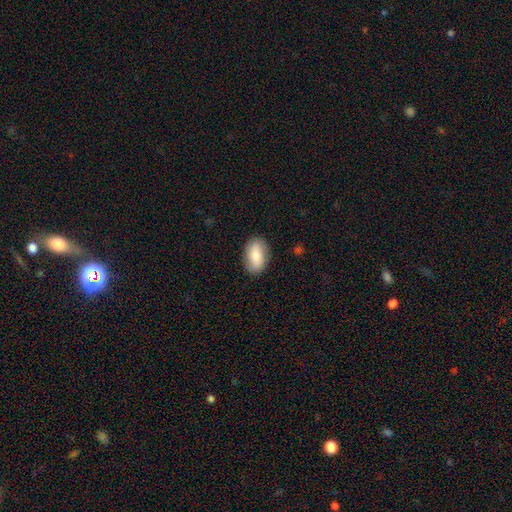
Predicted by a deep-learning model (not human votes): smooth 75%, featured or disk 19%, star or artifact 6%. Down the decision tree: how rounded — in between (91%); merging — none (87%).